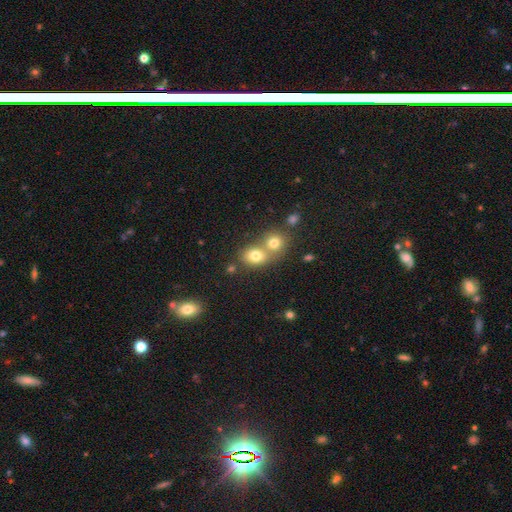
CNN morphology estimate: type=smooth (76%); roundness=round (58%); merging=merger (52%).